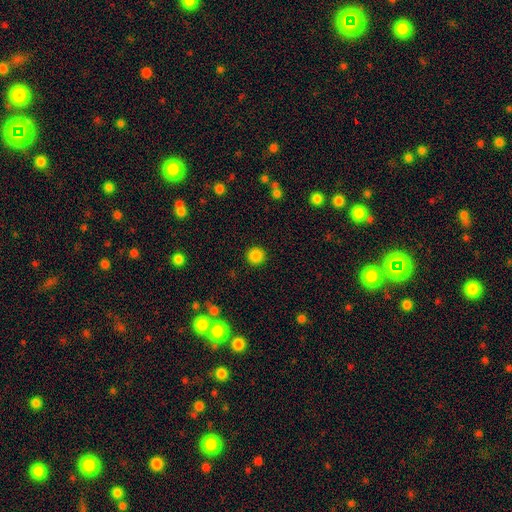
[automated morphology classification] smooth_or_featured: smooth (p=0.85) [alt: star or artifact p=0.11]
how_rounded: round (p=0.94) [alt: in between p=0.05]
merging: none (p=0.92) [alt: minor disturbance p=0.05]